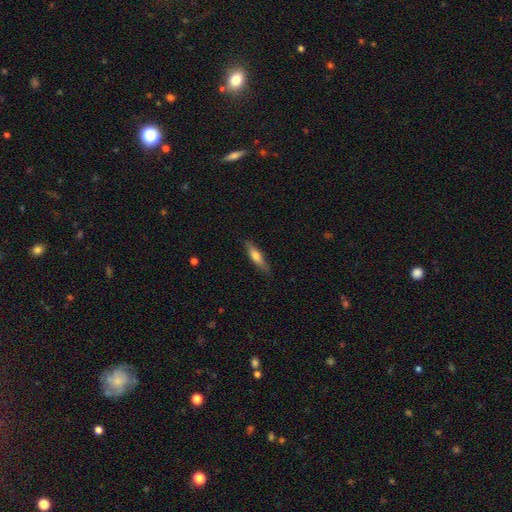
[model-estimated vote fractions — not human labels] The model was most divided on "smooth or featured": smooth: 62%, featured or disk: 31%, star or artifact: 6%. More confident: merging — none (84%); how rounded — cigar-shaped (72%).